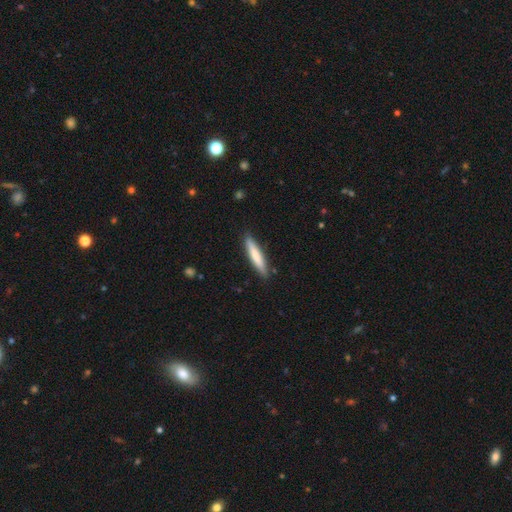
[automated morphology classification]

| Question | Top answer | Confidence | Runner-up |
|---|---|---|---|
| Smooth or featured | smooth | 72% | featured or disk (23%) |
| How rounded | cigar-shaped | 90% | in between (9%) |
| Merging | none | 88% | minor disturbance (9%) |